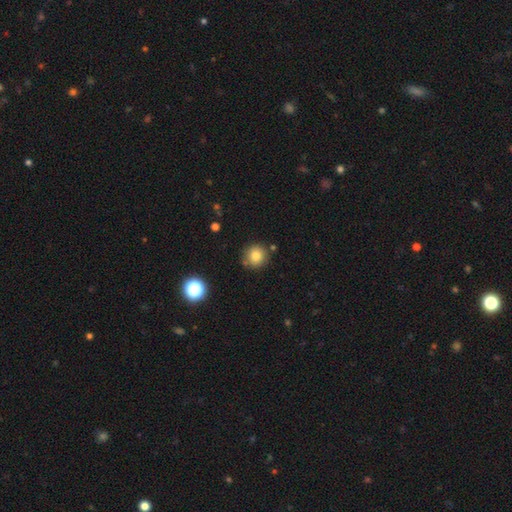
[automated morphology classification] type=smooth (80%); roundness=round (94%); merging=none (84%).